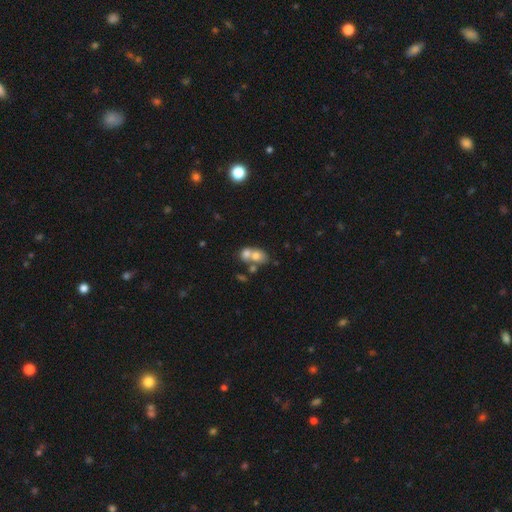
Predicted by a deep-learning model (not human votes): smooth-or-featured: smooth: 67% | featured or disk: 22% | star or artifact: 11%
  how-rounded: in between: 55% | round: 43% | cigar-shaped: 2%
  merging: merger: 65% | none: 23% | minor disturbance: 7% | major disturbance: 4%